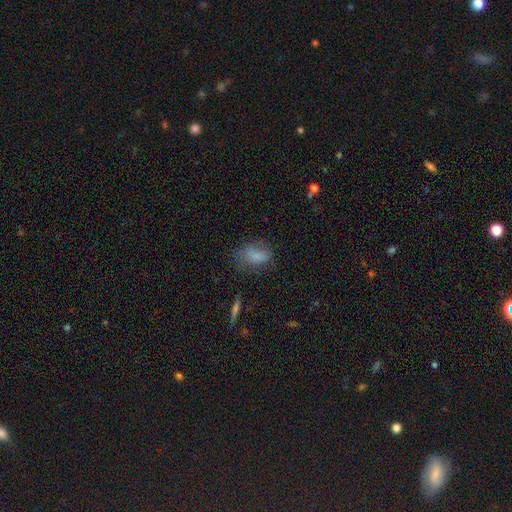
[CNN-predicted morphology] This appears to be a smooth galaxy with no disk features (76%) that is in between round and cigar-shaped (83%). Merging: none (53%).